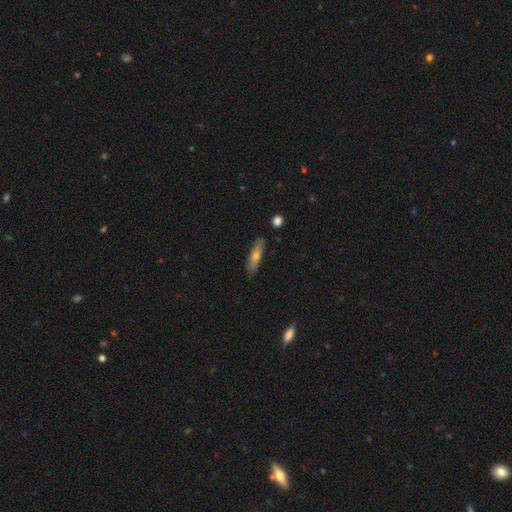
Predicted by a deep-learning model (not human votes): smooth_or_featured: smooth (p=0.61) [alt: featured or disk p=0.32]
how_rounded: cigar-shaped (p=0.74) [alt: in between p=0.24]
merging: none (p=0.86) [alt: minor disturbance p=0.10]